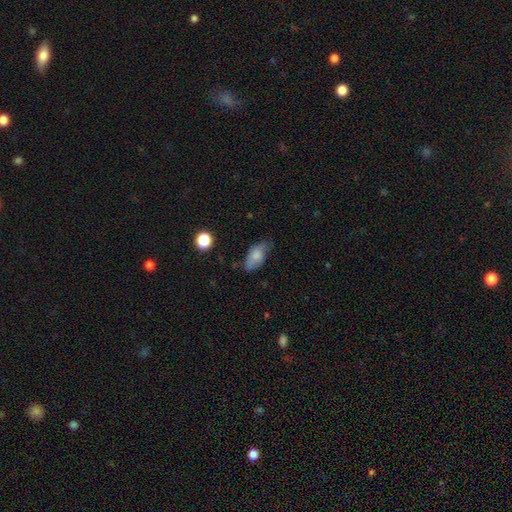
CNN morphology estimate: smooth 76%, featured or disk 16%, star or artifact 8%. Down the decision tree: how rounded — in between (89%); merging — none (56%).